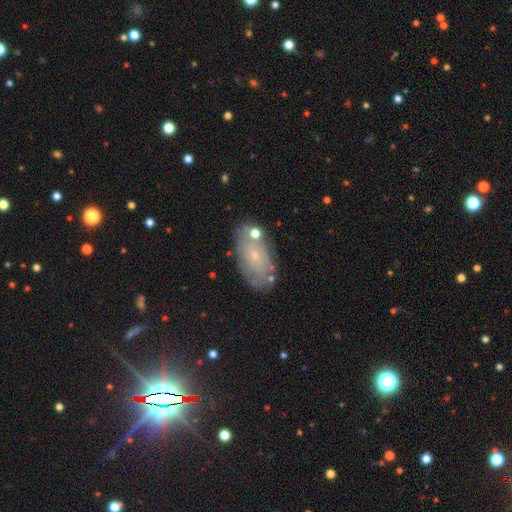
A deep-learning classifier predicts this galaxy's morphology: Smooth or featured? featured or disk (47%)
Merging? none (67%)